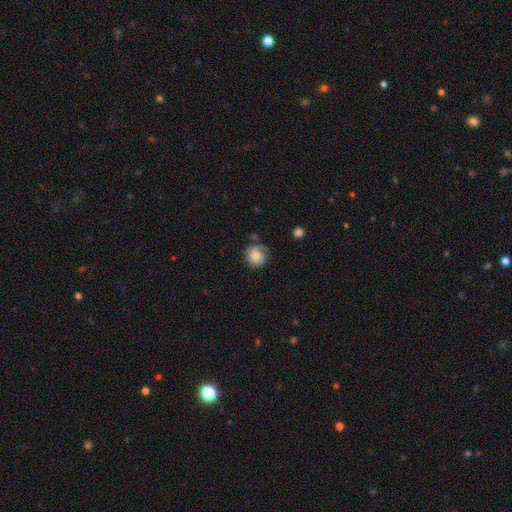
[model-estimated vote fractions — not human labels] smooth-or-featured: smooth: 60% | featured or disk: 31% | star or artifact: 9%
  how-rounded: round: 86% | in between: 13% | cigar-shaped: 1%
  merging: none: 64% | minor disturbance: 23% | major disturbance: 9% | merger: 3%